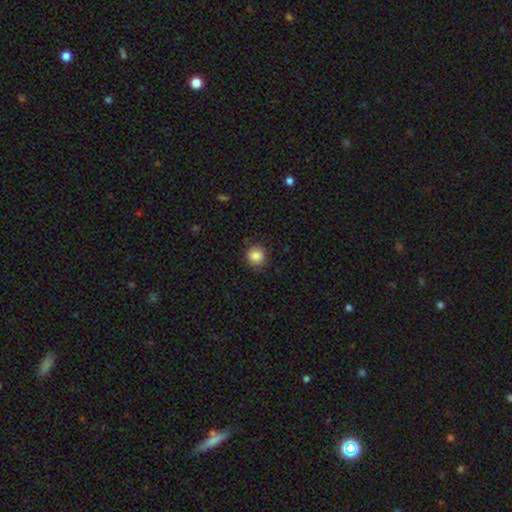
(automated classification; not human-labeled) Q: Smooth or featured?
A: smooth (86%); runner-up: star or artifact (10%)
Q: How rounded?
A: round (91%); runner-up: in between (8%)
Q: Merging?
A: none (87%); runner-up: minor disturbance (9%)